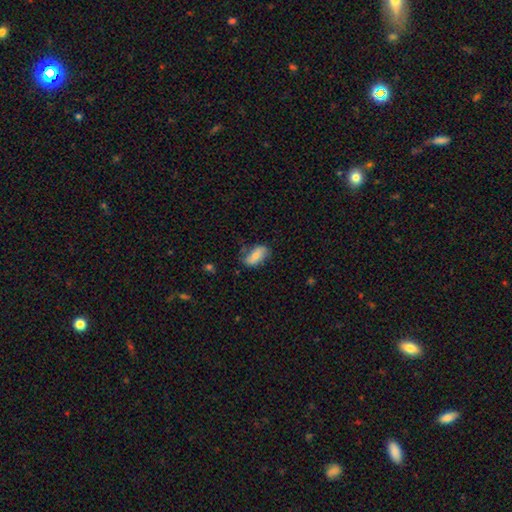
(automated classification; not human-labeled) smooth_or_featured: smooth (p=0.65) [alt: featured or disk p=0.28]
how_rounded: in between (p=0.90) [alt: cigar-shaped p=0.06]
merging: none (p=0.64) [alt: minor disturbance p=0.27]